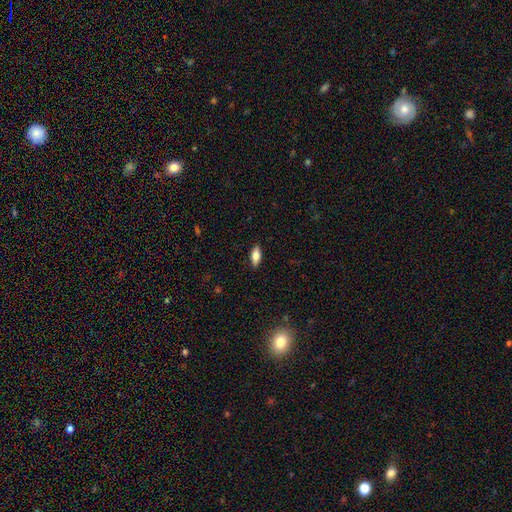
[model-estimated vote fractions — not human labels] Smooth or featured: smooth — 71% (featured or disk — 22%)
How rounded: in between — 77% (cigar-shaped — 21%)
Merging: none — 88% (minor disturbance — 9%)